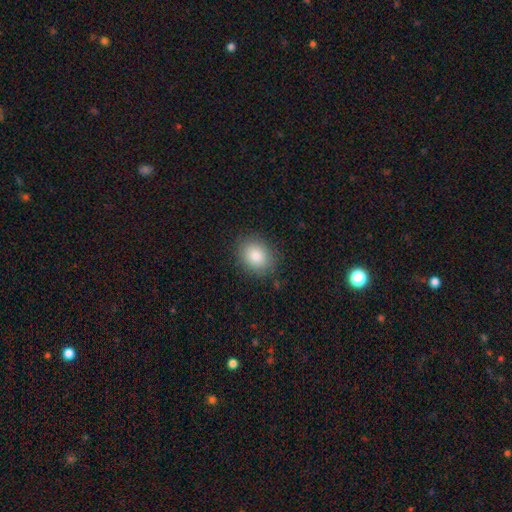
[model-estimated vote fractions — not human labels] smooth-or-featured: smooth: 84% | star or artifact: 9% | featured or disk: 7%
  how-rounded: round: 55% | in between: 44% | cigar-shaped: 1%
  merging: none: 86% | minor disturbance: 10% | major disturbance: 3% | merger: 1%